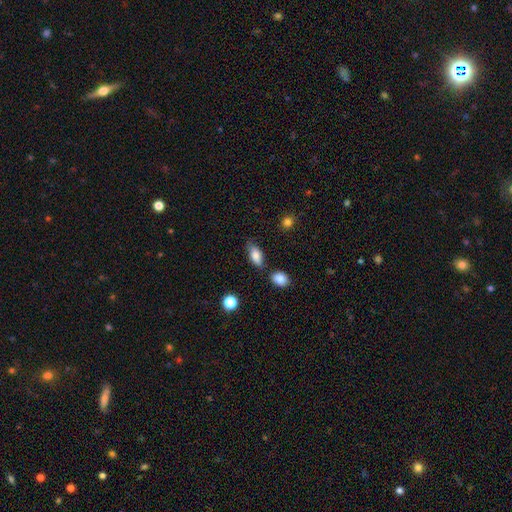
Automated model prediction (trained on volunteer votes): Q: Smooth or featured?
A: smooth (79%); runner-up: featured or disk (14%)
Q: How rounded?
A: in between (84%); runner-up: cigar-shaped (11%)
Q: Merging?
A: none (72%); runner-up: minor disturbance (17%)